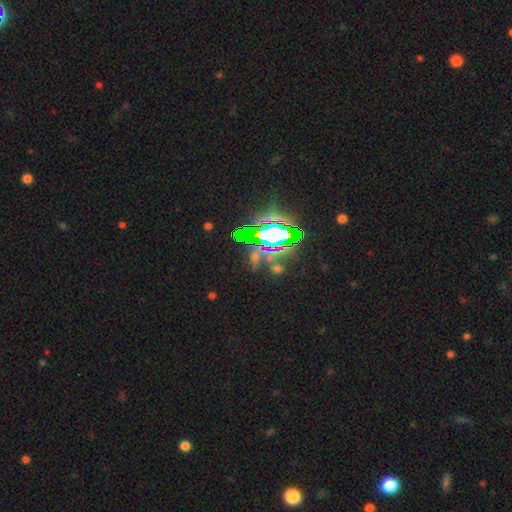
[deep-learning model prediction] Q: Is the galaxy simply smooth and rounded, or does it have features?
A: star or artifact — 68%.